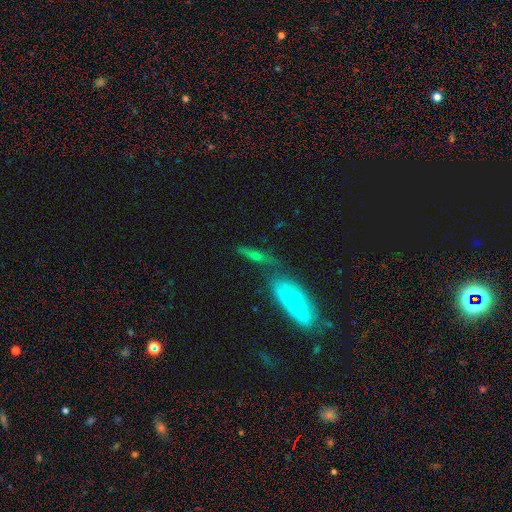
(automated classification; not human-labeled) featured or disk 51%, smooth 36%, star or artifact 14%. Down the decision tree: edge-on disk — yes (63%); merging — none (49%).